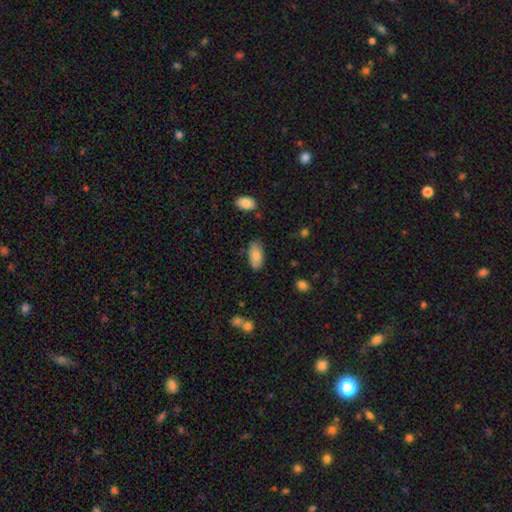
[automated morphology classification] This appears to be a smooth galaxy with no disk features (80%) that is in between round and cigar-shaped (93%). Merging: none (80%).